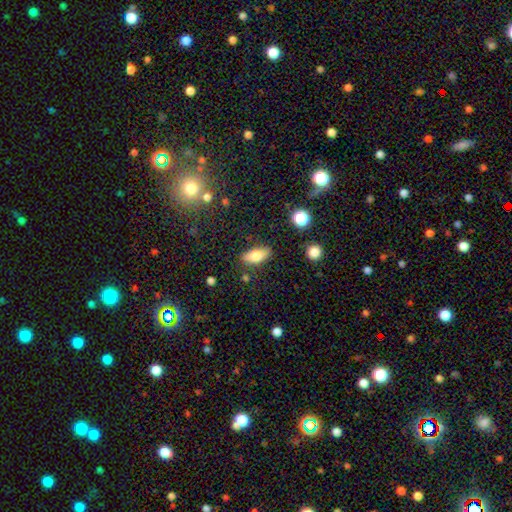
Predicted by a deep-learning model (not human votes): Smooth or featured?
  - smooth: 77% *
  - featured or disk: 15%
  - star or artifact: 8%
How rounded?
  - in between: 84% *
  - cigar-shaped: 12%
  - round: 4%
Merging?
  - none: 81% *
  - minor disturbance: 13%
  - major disturbance: 3%
  - merger: 3%